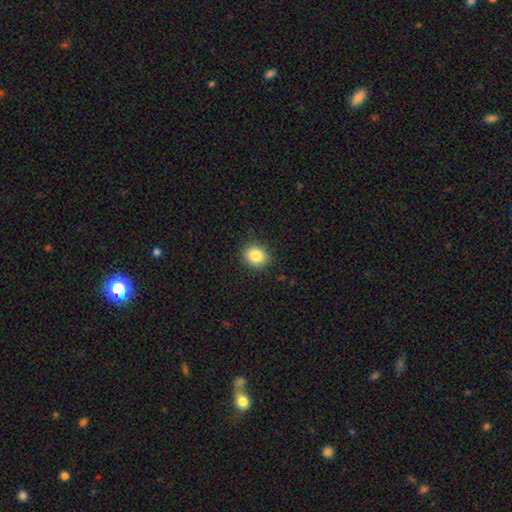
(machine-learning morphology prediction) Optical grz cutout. It shows a smooth galaxy with no disk features (85%) that is round (77%). Merging: none (89%).